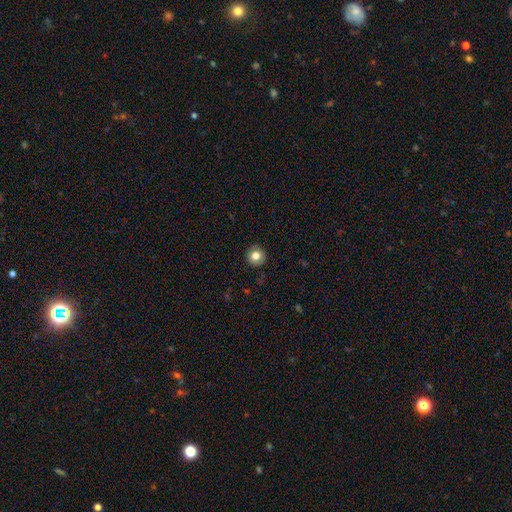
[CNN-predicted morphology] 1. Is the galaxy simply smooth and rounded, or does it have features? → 77% smooth, 13% featured or disk, 10% star or artifact.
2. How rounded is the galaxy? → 93% round, 6% in between, 1% cigar-shaped.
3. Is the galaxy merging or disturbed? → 90% none, 7% minor disturbance, 2% major disturbance, 1% merger.